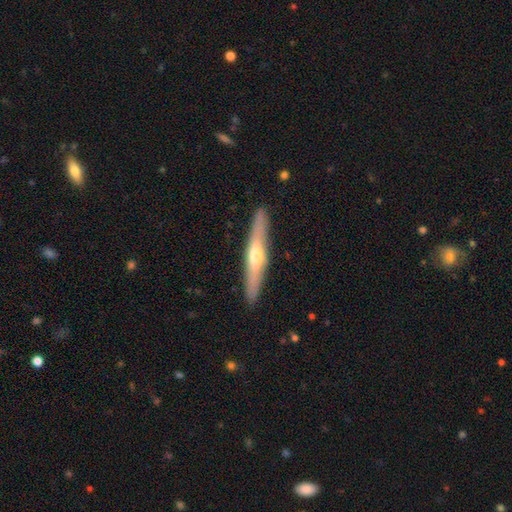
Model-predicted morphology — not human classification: smooth_or_featured: featured or disk (p=0.59) [alt: smooth p=0.35]
disk_edge_on: yes (p=0.92) [alt: no p=0.08]
edge_on_bulge: rounded (p=0.83) [alt: none p=0.13]
merging: none (p=0.90) [alt: minor disturbance p=0.07]